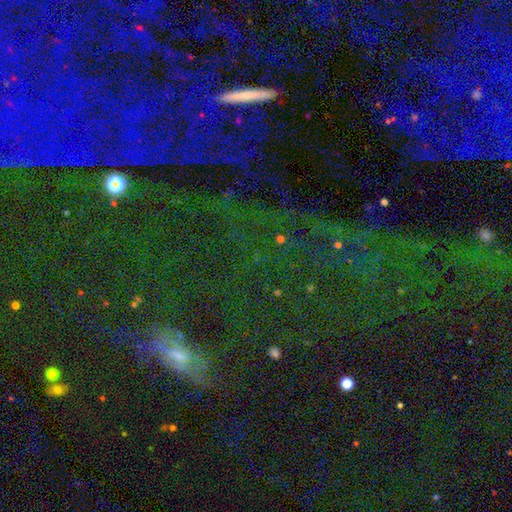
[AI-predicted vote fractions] Q: Smooth or featured?
A: star or artifact (69%); runner-up: smooth (18%)